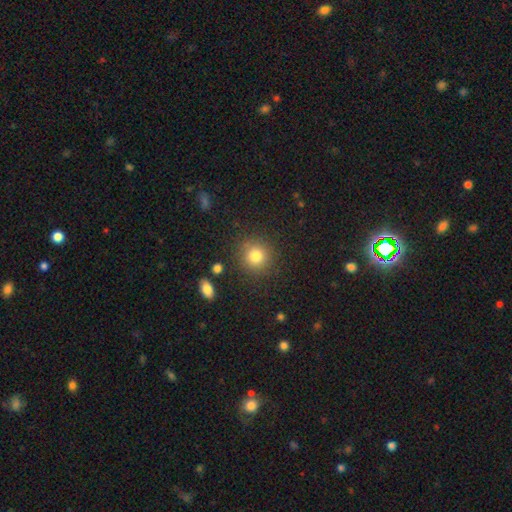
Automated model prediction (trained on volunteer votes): Overall: smooth (81%). How rounded: round (91%). Merging: none (86%).